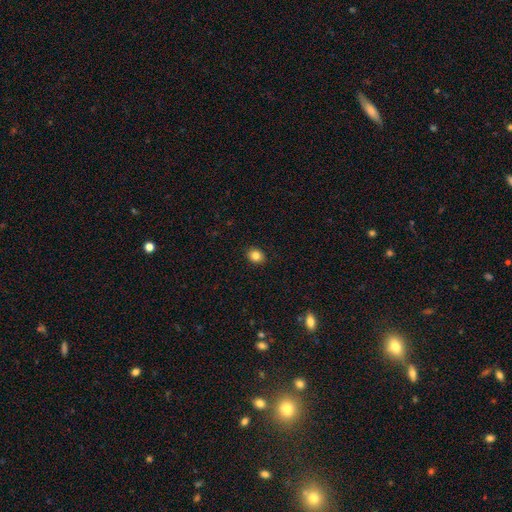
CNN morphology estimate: smooth-or-featured: smooth: 83% | star or artifact: 11% | featured or disk: 7%
  how-rounded: round: 58% | in between: 42% | cigar-shaped: 1%
  merging: none: 90% | minor disturbance: 7% | major disturbance: 2% | merger: 1%